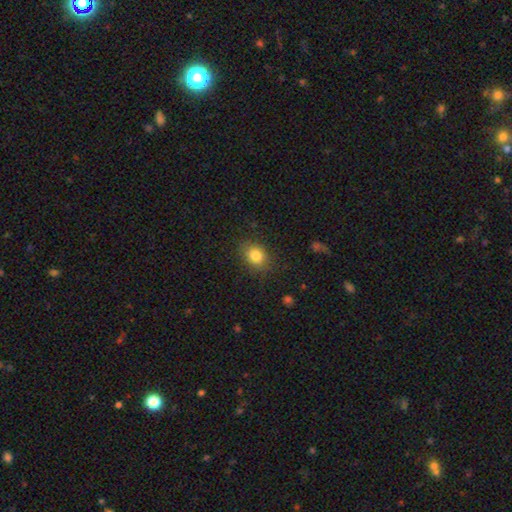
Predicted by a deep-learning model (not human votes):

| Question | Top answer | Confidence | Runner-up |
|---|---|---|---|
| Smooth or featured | smooth | 83% | star or artifact (10%) |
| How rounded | round | 51% | in between (48%) |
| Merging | none | 82% | minor disturbance (13%) |